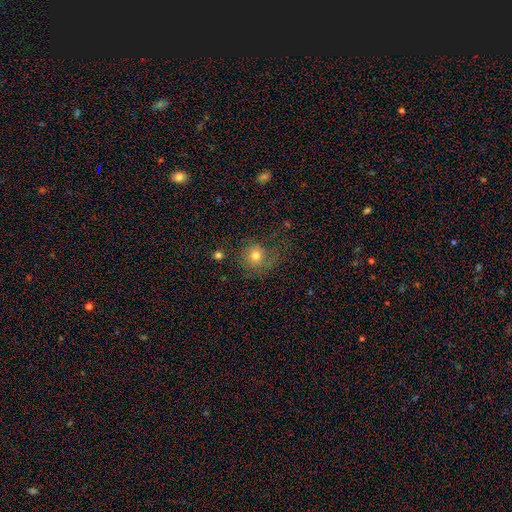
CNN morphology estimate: Q: Smooth or featured?
A: smooth (71%); runner-up: featured or disk (16%)
Q: How rounded?
A: round (88%); runner-up: in between (11%)
Q: Merging?
A: none (55%); runner-up: major disturbance (22%)